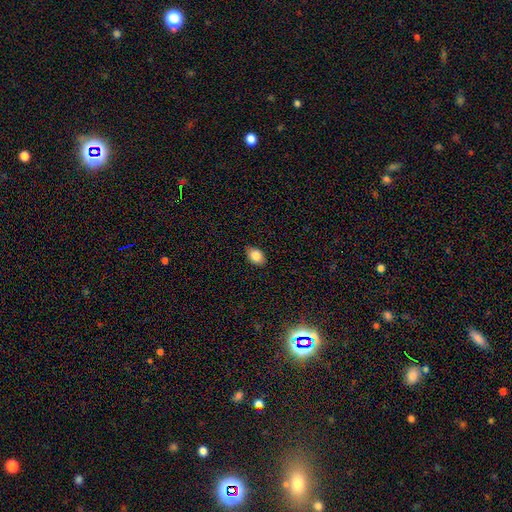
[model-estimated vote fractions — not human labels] Smooth or featured?
  - smooth: 85% *
  - star or artifact: 9%
  - featured or disk: 7%
How rounded?
  - in between: 79% *
  - round: 20%
  - cigar-shaped: 1%
Merging?
  - none: 87% *
  - minor disturbance: 10%
  - major disturbance: 2%
  - merger: 1%